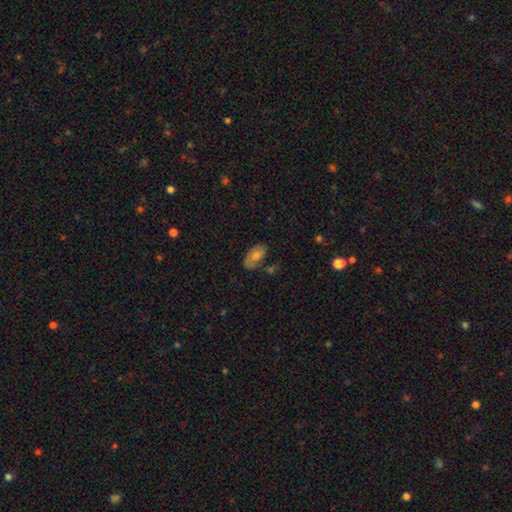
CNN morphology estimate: Smooth or featured?
  - smooth: 56% *
  - featured or disk: 34%
  - star or artifact: 10%
How rounded?
  - in between: 90% *
  - round: 8%
  - cigar-shaped: 2%
Merging?
  - none: 58% *
  - minor disturbance: 25%
  - major disturbance: 10%
  - merger: 7%